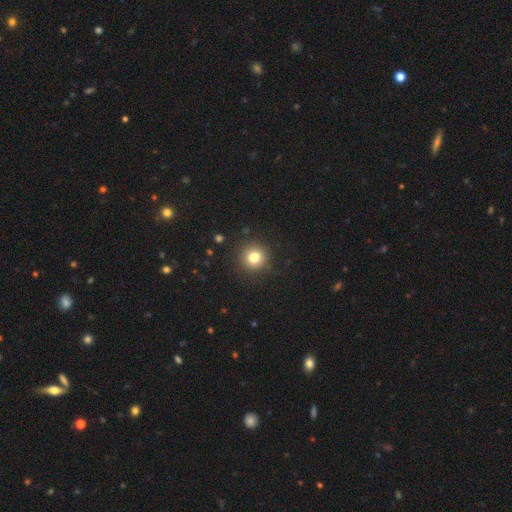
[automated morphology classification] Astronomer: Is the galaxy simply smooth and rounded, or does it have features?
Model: smooth — 81%.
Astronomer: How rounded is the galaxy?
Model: round — 90%.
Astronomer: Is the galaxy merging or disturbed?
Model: none — 88%.